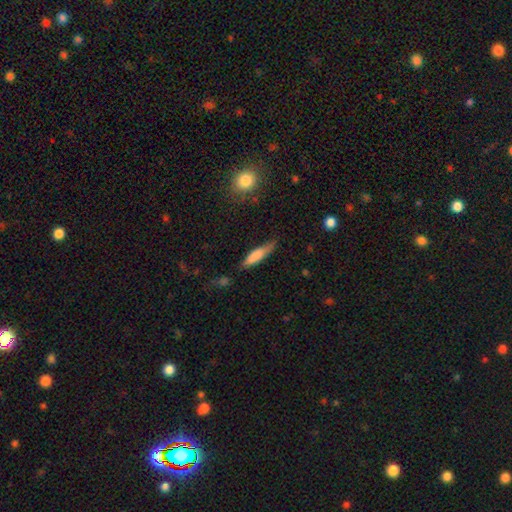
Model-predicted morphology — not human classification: This is likely a smooth galaxy (76%). How rounded: likely cigar-shaped (73%). Merging: likely none (66%).